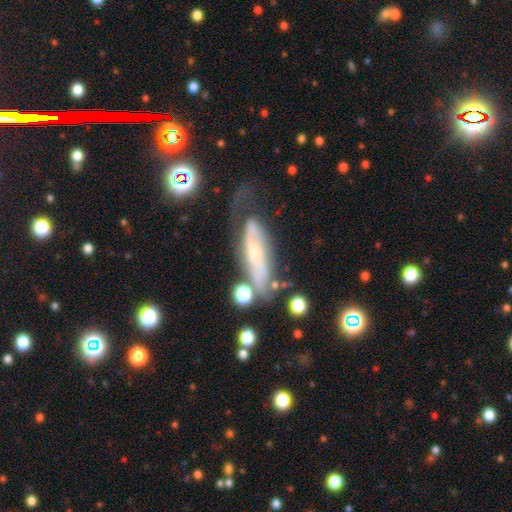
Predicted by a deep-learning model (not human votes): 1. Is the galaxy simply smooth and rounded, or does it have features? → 67% featured or disk, 24% smooth, 9% star or artifact.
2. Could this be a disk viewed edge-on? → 66% no, 34% yes.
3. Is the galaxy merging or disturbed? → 45% none, 26% minor disturbance, 22% major disturbance, 8% merger.